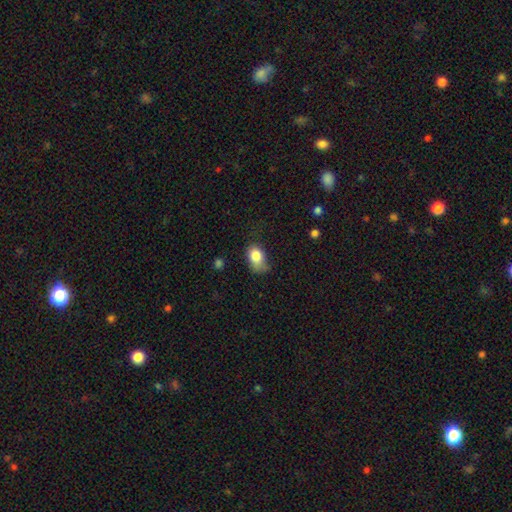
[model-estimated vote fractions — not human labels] Smooth or featured? smooth (82%)
How rounded? in between (73%)
Merging? minor disturbance (42%)